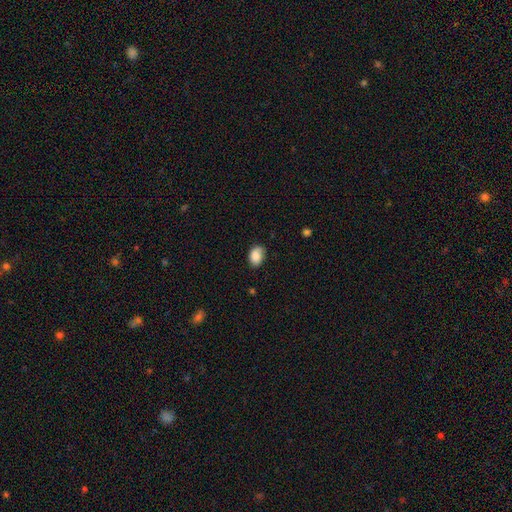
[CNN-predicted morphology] This is clearly a smooth galaxy (84%). How rounded: clearly in between (80%). Merging: likely none (70%).